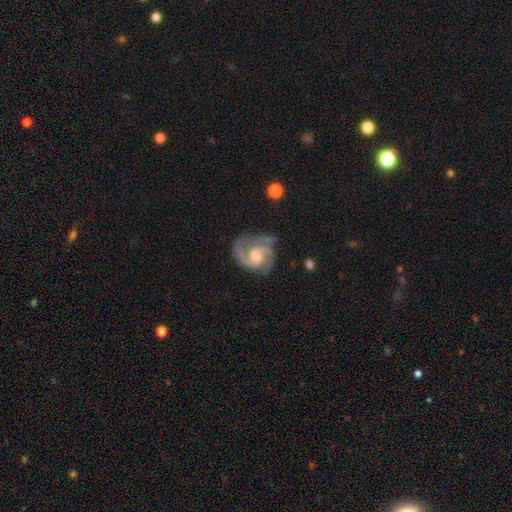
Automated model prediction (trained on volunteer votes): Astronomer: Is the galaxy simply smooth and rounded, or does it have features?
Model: featured or disk — 91%.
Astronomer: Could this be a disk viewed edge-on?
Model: no — 98%.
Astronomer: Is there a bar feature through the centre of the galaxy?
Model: no — 49% (runner-up: weak, 43%).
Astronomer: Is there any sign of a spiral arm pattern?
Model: yes — 98%.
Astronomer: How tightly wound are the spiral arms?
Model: medium — 52% (runner-up: tight, 40%).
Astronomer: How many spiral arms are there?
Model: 2 — 65%.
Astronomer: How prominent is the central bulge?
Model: moderate — 55%.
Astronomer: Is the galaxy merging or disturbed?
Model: none — 69%.